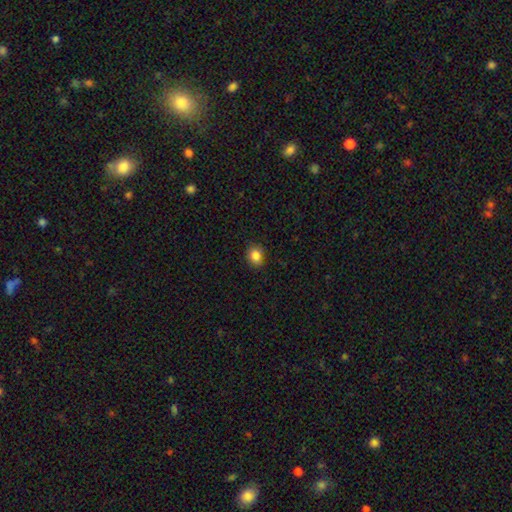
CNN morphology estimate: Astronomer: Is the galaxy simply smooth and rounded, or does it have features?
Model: smooth — 86%.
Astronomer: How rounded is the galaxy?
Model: round — 56% (runner-up: in between, 43%).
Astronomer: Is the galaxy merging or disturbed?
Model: none — 86%.